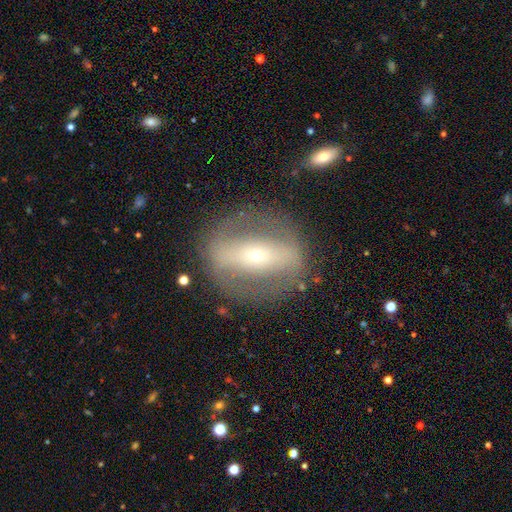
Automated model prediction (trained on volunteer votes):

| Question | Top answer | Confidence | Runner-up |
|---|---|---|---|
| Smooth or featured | featured or disk | 68% | smooth (25%) |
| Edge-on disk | no | 79% | yes (21%) |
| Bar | strong | 68% | no (17%) |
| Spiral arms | no | 75% | yes (25%) |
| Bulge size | small | 68% | moderate (24%) |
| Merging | none | 78% | minor disturbance (12%) |